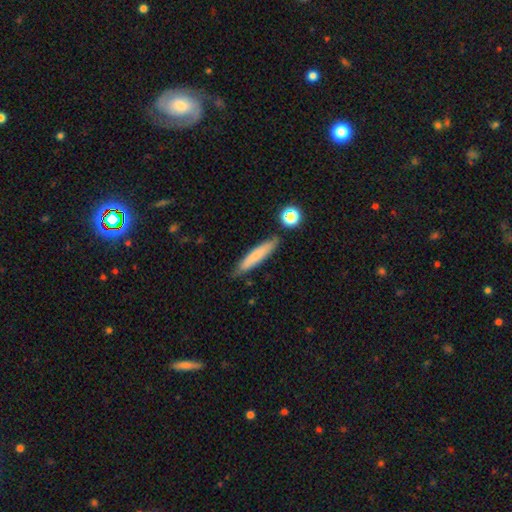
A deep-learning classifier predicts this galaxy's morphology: smooth 70%, featured or disk 24%, star or artifact 7%. Down the decision tree: how rounded — cigar-shaped (87%); merging — none (79%).